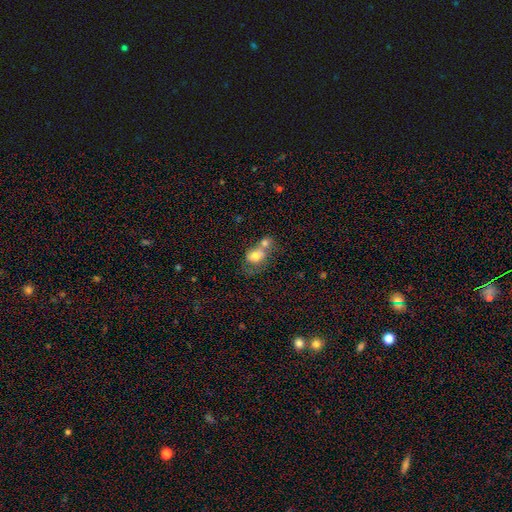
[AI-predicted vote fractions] Smooth or featured: smooth — 71% (featured or disk — 19%)
How rounded: in between — 51% (round — 48%)
Merging: merger — 65% (none — 20%)